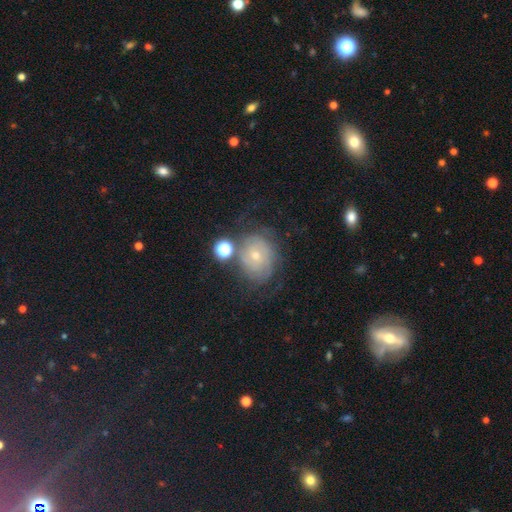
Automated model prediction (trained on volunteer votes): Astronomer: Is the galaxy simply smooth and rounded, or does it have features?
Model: featured or disk — 64%.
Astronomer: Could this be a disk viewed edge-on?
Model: no — 97%.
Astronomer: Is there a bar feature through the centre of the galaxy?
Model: no — 78%.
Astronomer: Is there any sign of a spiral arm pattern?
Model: yes — 82%.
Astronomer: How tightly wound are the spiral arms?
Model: tight — 66%.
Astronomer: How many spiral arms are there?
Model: can't tell — 52%.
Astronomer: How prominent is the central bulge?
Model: small — 64%.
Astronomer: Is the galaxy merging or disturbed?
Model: none — 58%.